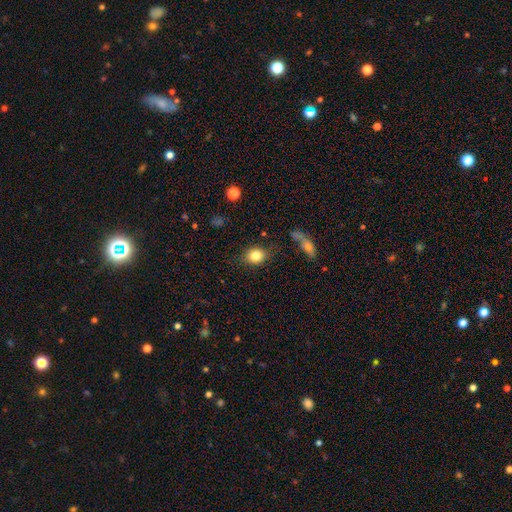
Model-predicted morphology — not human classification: smooth-or-featured: smooth: 82% | star or artifact: 9% | featured or disk: 9%
  how-rounded: round: 52% | in between: 46% | cigar-shaped: 2%
  merging: none: 79% | minor disturbance: 13% | major disturbance: 4% | merger: 3%